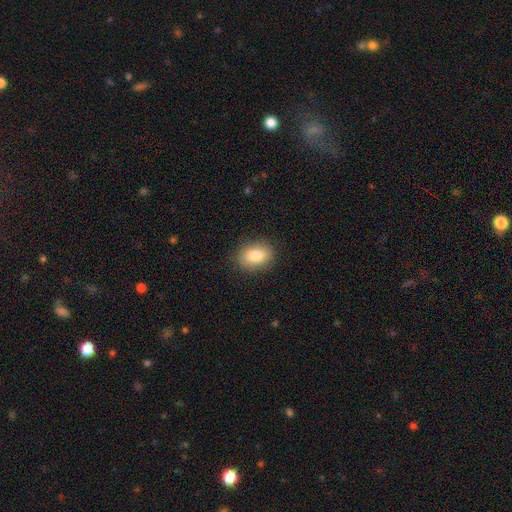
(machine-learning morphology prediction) Smooth or featured?
  - smooth: 82% *
  - featured or disk: 9%
  - star or artifact: 8%
How rounded?
  - in between: 69% *
  - round: 29%
  - cigar-shaped: 1%
Merging?
  - none: 87% *
  - minor disturbance: 10%
  - major disturbance: 3%
  - merger: 1%